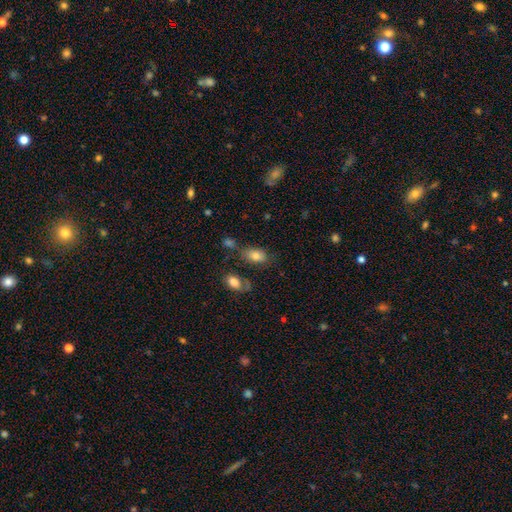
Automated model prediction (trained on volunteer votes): Smooth or featured?
  - smooth: 80% *
  - featured or disk: 11%
  - star or artifact: 9%
How rounded?
  - in between: 89% *
  - round: 9%
  - cigar-shaped: 2%
Merging?
  - none: 65% *
  - minor disturbance: 19%
  - merger: 10%
  - major disturbance: 7%